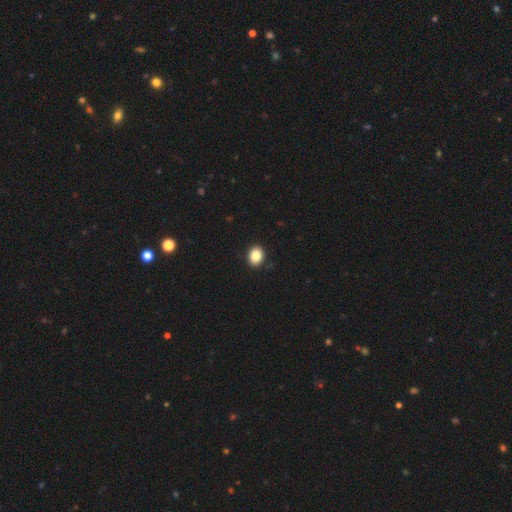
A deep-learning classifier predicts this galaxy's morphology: Smooth or featured? Predicted: smooth (p=0.85). How rounded? Predicted: round (p=0.52). Merging? Predicted: none (p=0.91).